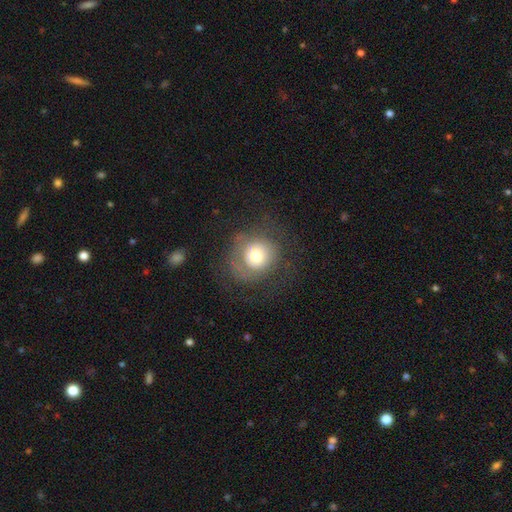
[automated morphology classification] smooth_or_featured: smooth (p=0.64) [alt: featured or disk p=0.26]
how_rounded: round (p=0.86) [alt: in between p=0.13]
merging: none (p=0.59) [alt: major disturbance p=0.21]